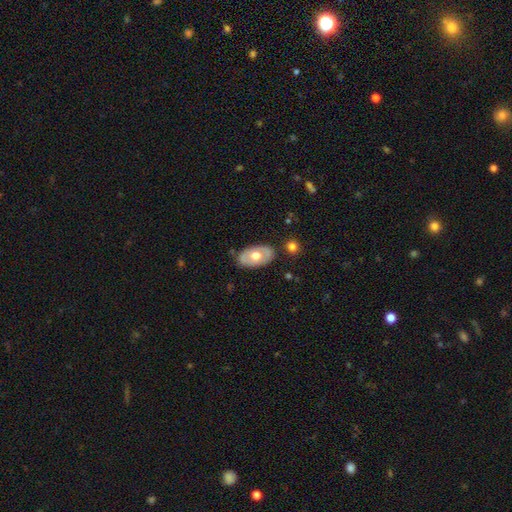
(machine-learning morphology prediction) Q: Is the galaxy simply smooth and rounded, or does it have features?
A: smooth — 50%.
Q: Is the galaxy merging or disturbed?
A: none — 82%.